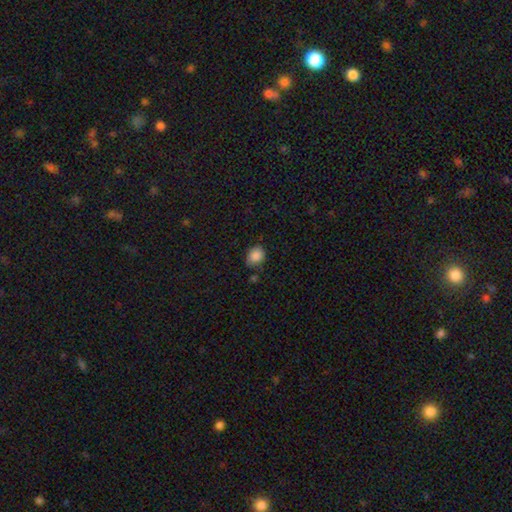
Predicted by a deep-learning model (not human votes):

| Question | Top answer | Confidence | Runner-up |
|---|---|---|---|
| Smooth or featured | smooth | 87% | star or artifact (9%) |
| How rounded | round | 51% | in between (48%) |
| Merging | none | 70% | minor disturbance (22%) |